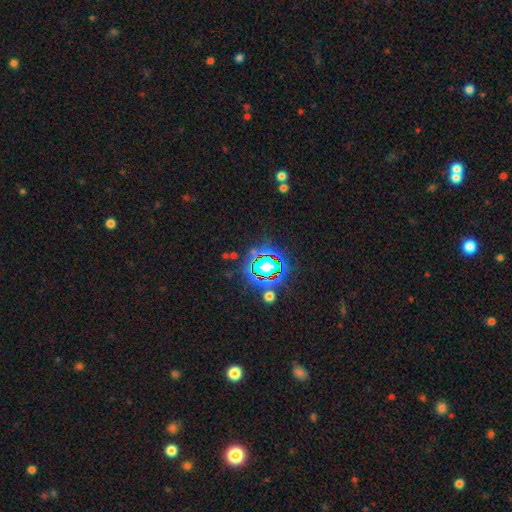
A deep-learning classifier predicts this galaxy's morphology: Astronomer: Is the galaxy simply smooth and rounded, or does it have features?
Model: star or artifact — 81%.